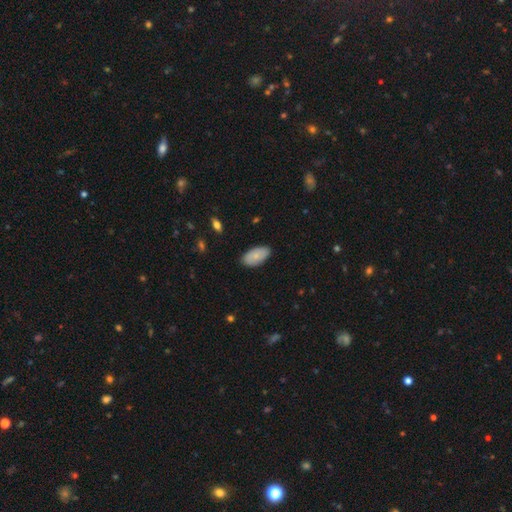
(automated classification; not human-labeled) Morphology: type=smooth (78%); roundness=in between (95%); merging=none (84%).